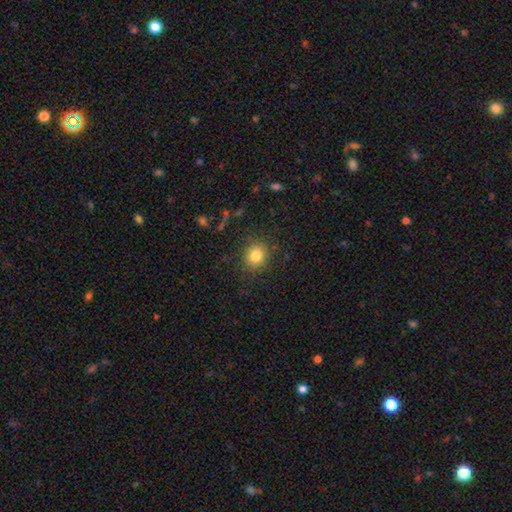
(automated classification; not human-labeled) Smooth or featured?
  - smooth: 82% *
  - star or artifact: 11%
  - featured or disk: 7%
How rounded?
  - round: 80% *
  - in between: 19%
  - cigar-shaped: 1%
Merging?
  - none: 87% *
  - minor disturbance: 9%
  - major disturbance: 3%
  - merger: 1%